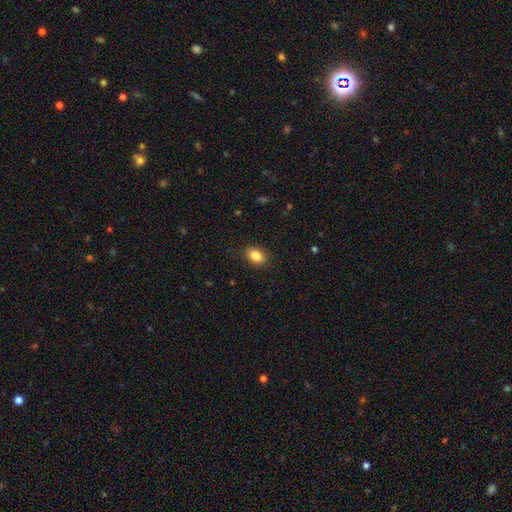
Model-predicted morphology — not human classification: smooth-or-featured: smooth: 85% | star or artifact: 9% | featured or disk: 6%
  how-rounded: in between: 78% | round: 21% | cigar-shaped: 1%
  merging: none: 87% | minor disturbance: 10% | major disturbance: 3% | merger: 1%